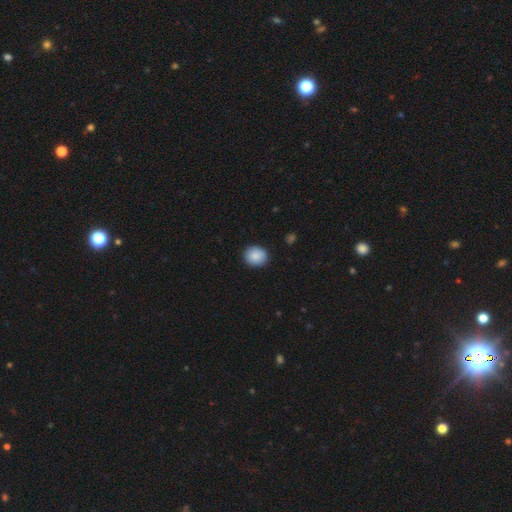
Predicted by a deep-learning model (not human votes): Smooth or featured: smooth — 88% (star or artifact — 7%)
How rounded: round — 74% (in between — 25%)
Merging: none — 89% (minor disturbance — 8%)